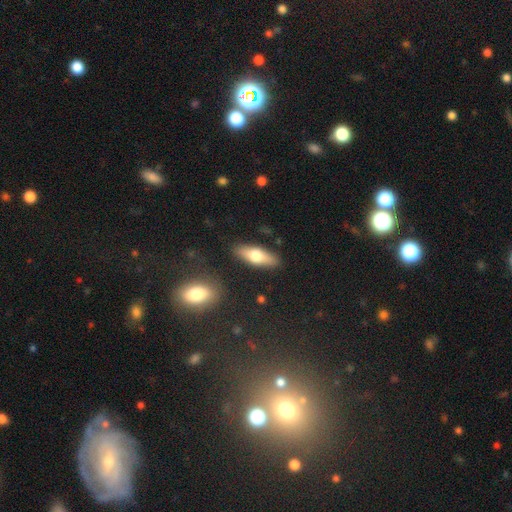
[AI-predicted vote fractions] Morphology: type=smooth (62%); roundness=in between (61%); merging=none (87%).